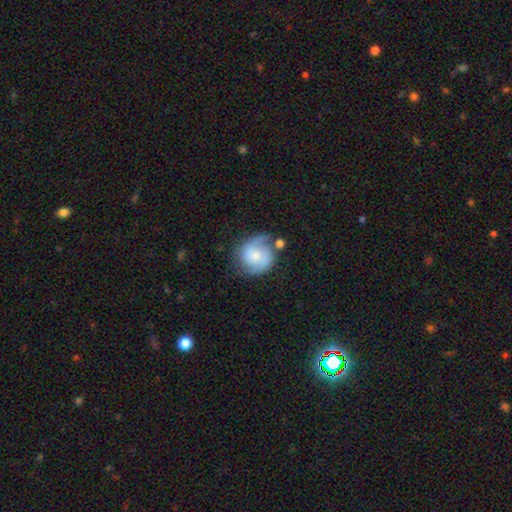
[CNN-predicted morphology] smooth_or_featured: featured or disk (p=0.69) [alt: smooth p=0.24]
disk_edge_on: no (p=0.98) [alt: yes p=0.02]
bar: no (p=0.61) [alt: weak p=0.33]
has_spiral_arms: yes (p=0.93) [alt: no p=0.07]
spiral_winding: medium (p=0.48) [alt: tight p=0.32]
spiral_arm_count: 2 (p=0.81) [alt: can't tell p=0.08]
bulge_size: small (p=0.47) [alt: moderate p=0.38]
merging: none (p=0.60) [alt: minor disturbance p=0.21]